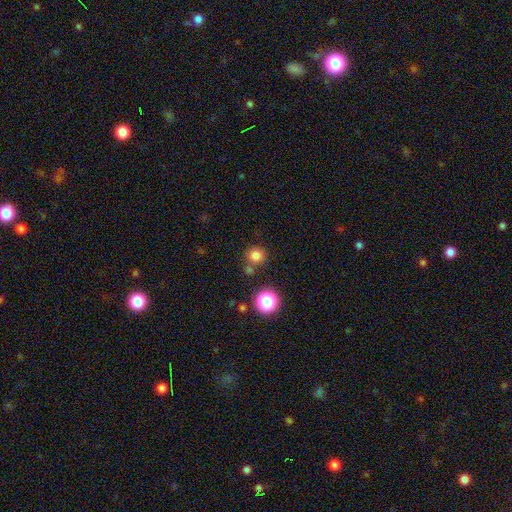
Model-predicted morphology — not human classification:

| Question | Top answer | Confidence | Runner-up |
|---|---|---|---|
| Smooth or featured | smooth | 79% | star or artifact (16%) |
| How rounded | round | 90% | in between (9%) |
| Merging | none | 73% | merger (14%) |